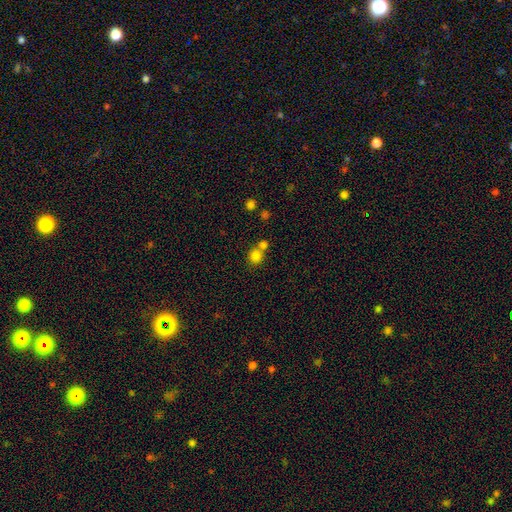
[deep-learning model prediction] This appears to be a smooth galaxy with no disk features (81%) that is round (83%). Merging: none (51%).